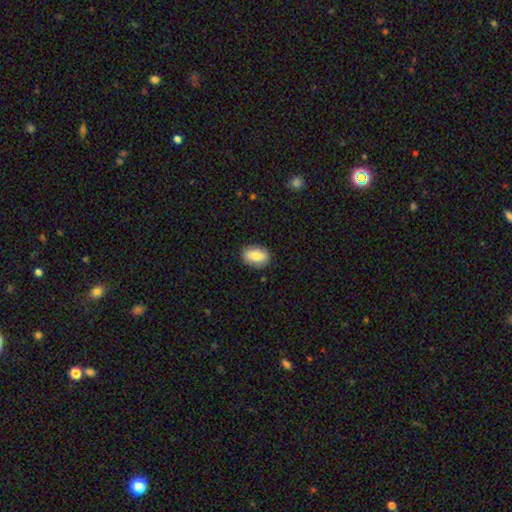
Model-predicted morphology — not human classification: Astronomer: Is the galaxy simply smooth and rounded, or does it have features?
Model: smooth — 79%.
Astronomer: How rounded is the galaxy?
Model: in between — 79%.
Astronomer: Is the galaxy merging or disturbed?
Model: none — 86%.